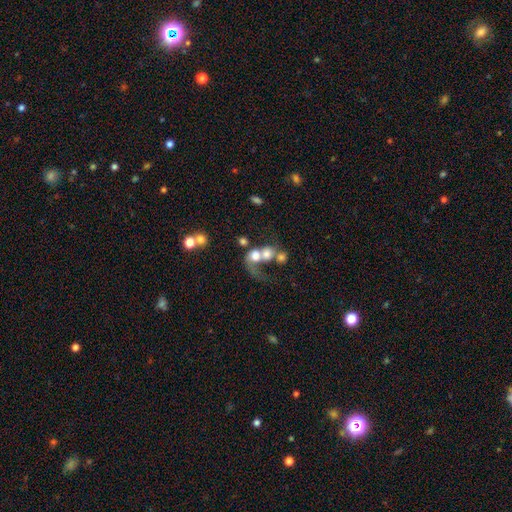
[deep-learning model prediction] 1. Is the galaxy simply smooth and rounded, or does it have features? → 52% smooth, 36% featured or disk, 12% star or artifact.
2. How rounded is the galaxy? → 59% round, 39% in between, 2% cigar-shaped.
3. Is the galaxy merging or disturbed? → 64% merger, 19% major disturbance, 11% none, 5% minor disturbance.